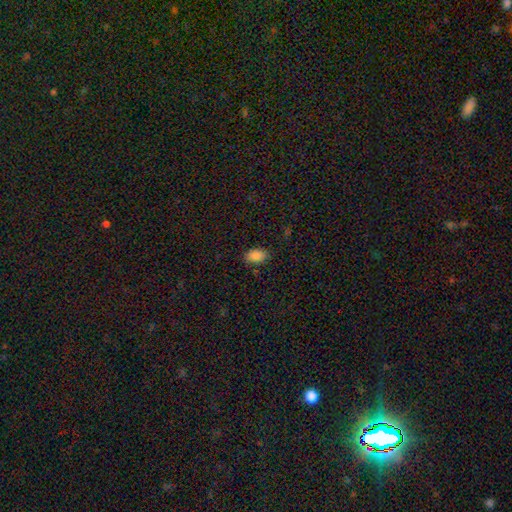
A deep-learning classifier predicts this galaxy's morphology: This appears to be a smooth galaxy with no disk features (86%) that is in between round and cigar-shaped (91%). Merging: none (85%).